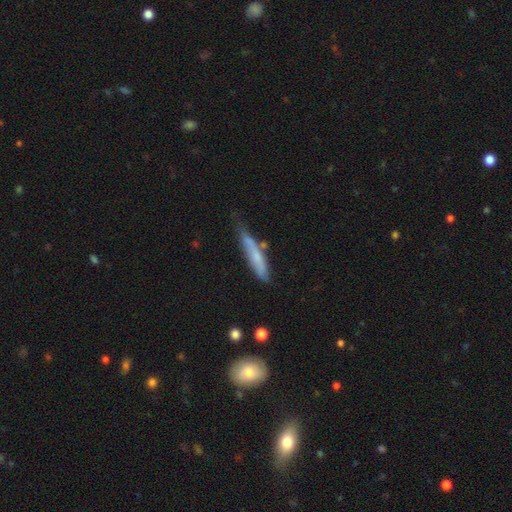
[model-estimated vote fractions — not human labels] smooth 62%, featured or disk 32%, star or artifact 7%. Down the decision tree: how rounded — cigar-shaped (87%); merging — none (49%).